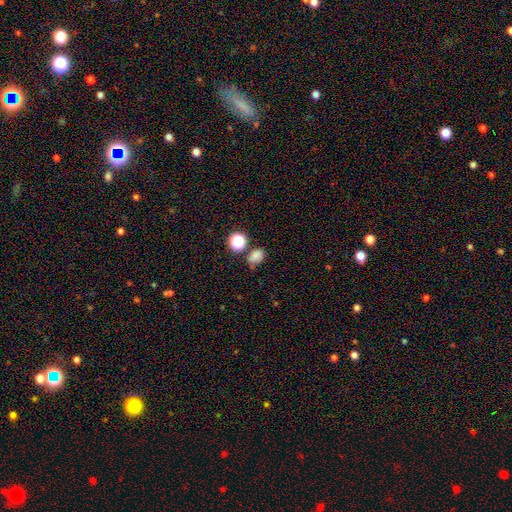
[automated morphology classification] type=smooth (77%); roundness=in between (60%); merging=none (60%).